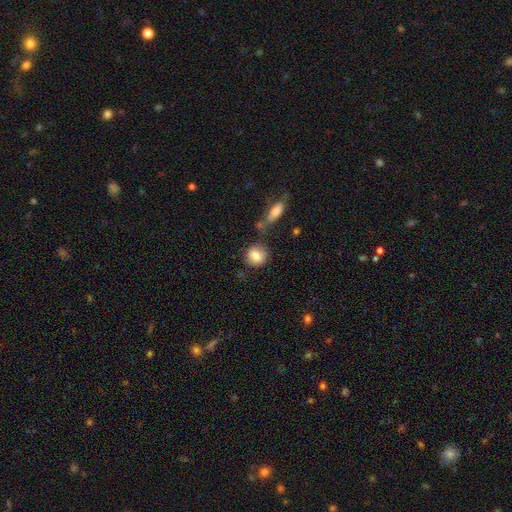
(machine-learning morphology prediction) A smooth galaxy with no disk features (82%) that is round (82%).

Vote fractions:
- Smooth or featured? smooth: 82% / featured or disk: 10% / star or artifact: 8%
- How rounded? round: 82% / in between: 17% / cigar-shaped: 2%
- Merging? none: 71% / minor disturbance: 14% / merger: 11% / major disturbance: 4%